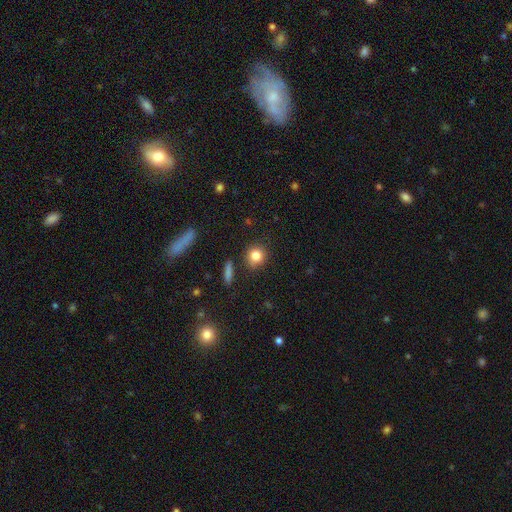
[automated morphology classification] The model was most divided on "how rounded": round: 84%, in between: 15%, cigar-shaped: 2%. More confident: merging — none (85%); smooth or featured — smooth (82%).